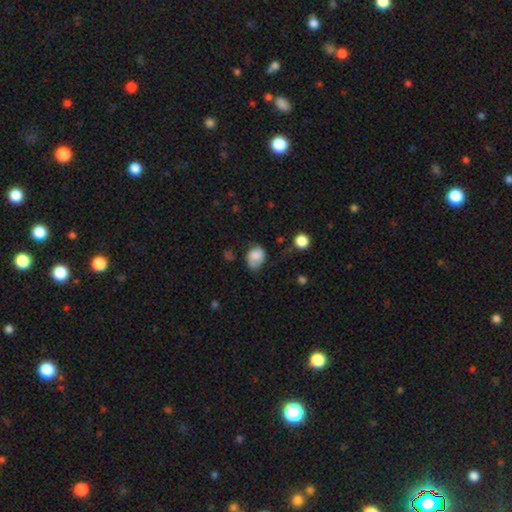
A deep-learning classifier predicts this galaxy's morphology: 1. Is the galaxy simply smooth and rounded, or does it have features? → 80% smooth, 11% featured or disk, 9% star or artifact.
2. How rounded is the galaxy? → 67% in between, 32% round, 1% cigar-shaped.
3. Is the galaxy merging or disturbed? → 47% none, 37% minor disturbance, 13% major disturbance, 3% merger.